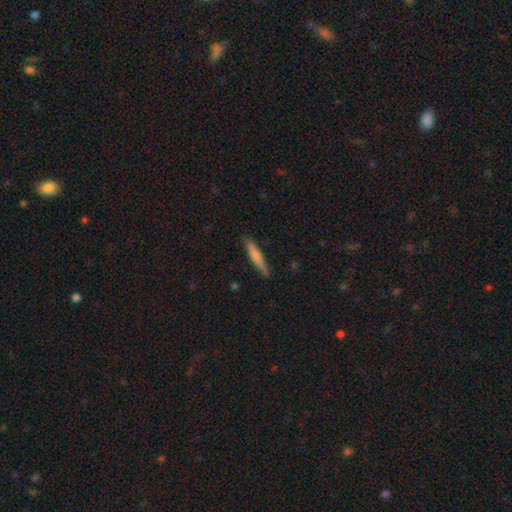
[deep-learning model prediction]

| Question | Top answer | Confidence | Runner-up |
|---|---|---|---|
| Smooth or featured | smooth | 69% | featured or disk (25%) |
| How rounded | cigar-shaped | 92% | in between (7%) |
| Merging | none | 86% | minor disturbance (11%) |